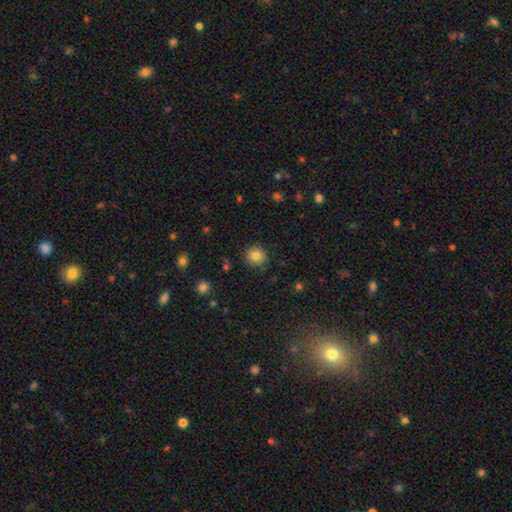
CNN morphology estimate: This is clearly a smooth galaxy (82%). How rounded: clearly round (91%). Merging: clearly none (88%).